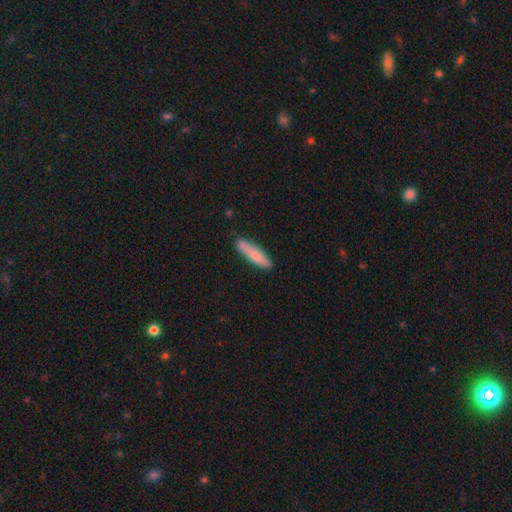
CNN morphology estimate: smooth_or_featured: smooth (p=0.71) [alt: featured or disk p=0.23]
how_rounded: cigar-shaped (p=0.77) [alt: in between p=0.21]
merging: none (p=0.83) [alt: minor disturbance p=0.13]